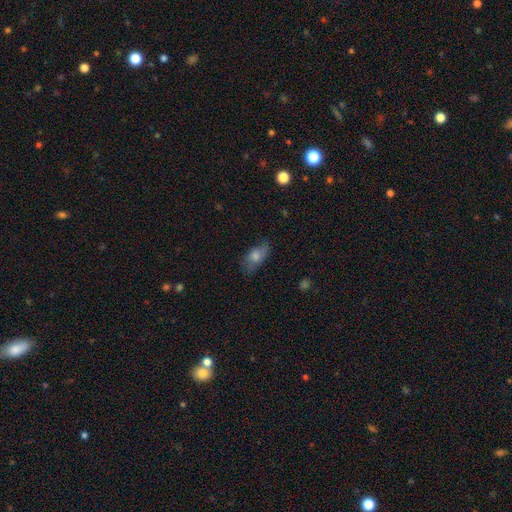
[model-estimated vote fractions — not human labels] Smooth or featured? smooth (64%)
How rounded? in between (83%)
Merging? none (67%)